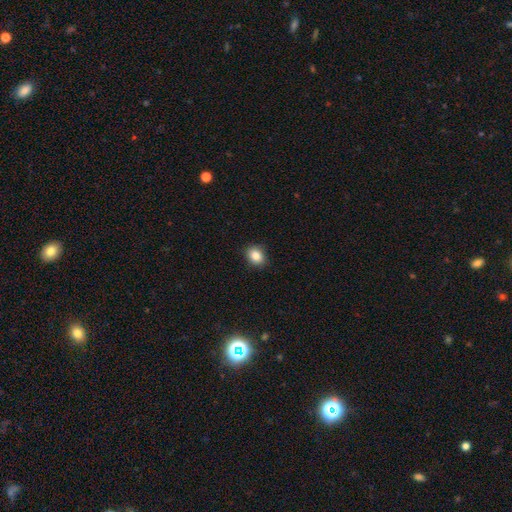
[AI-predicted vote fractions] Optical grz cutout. It shows a smooth galaxy with no disk features (85%) that is in between round and cigar-shaped (50%). Merging: none (89%).